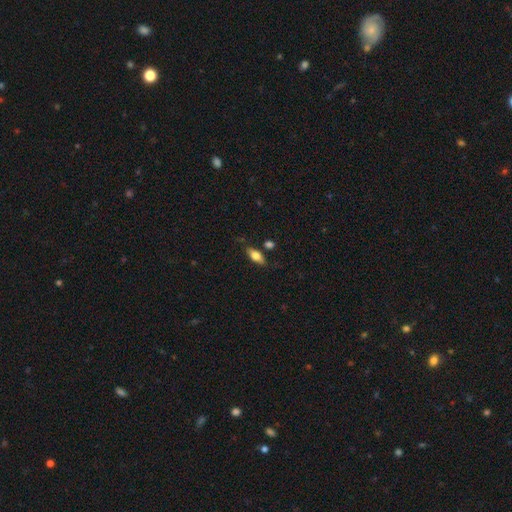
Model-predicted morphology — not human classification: Smooth or featured?
  - smooth: 69% *
  - featured or disk: 23%
  - star or artifact: 7%
How rounded?
  - in between: 81% *
  - cigar-shaped: 16%
  - round: 4%
Merging?
  - none: 75% *
  - minor disturbance: 16%
  - merger: 5%
  - major disturbance: 4%